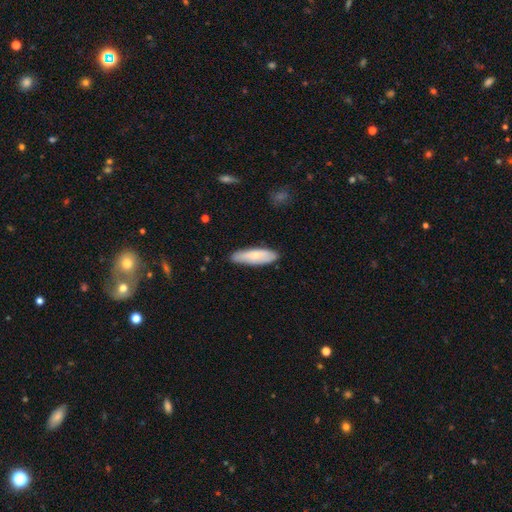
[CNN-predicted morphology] The model was most divided on "how rounded": cigar-shaped: 55%, in between: 43%, round: 2%. More confident: merging — none (83%); smooth or featured — smooth (71%).